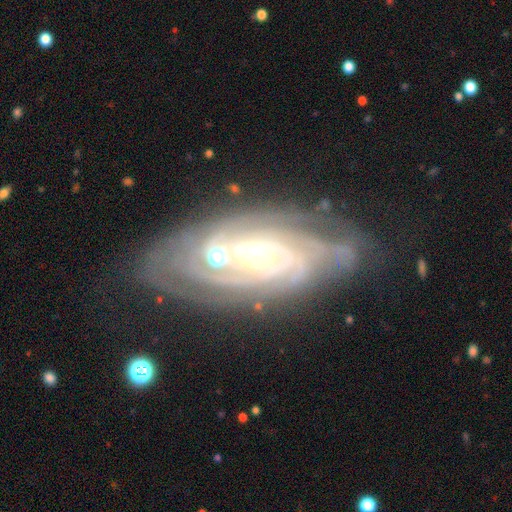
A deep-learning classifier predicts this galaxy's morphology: Overall: featured or disk (87%). Edge-on disk: no (93%). Bar: no (59%; weak 27%). Spiral arms: yes (97%). Spiral arm count: can't tell (27%; 3 25%). Spiral winding: tight (76%). Bulge size: moderate (53%; small 40%). Merging: none (67%).